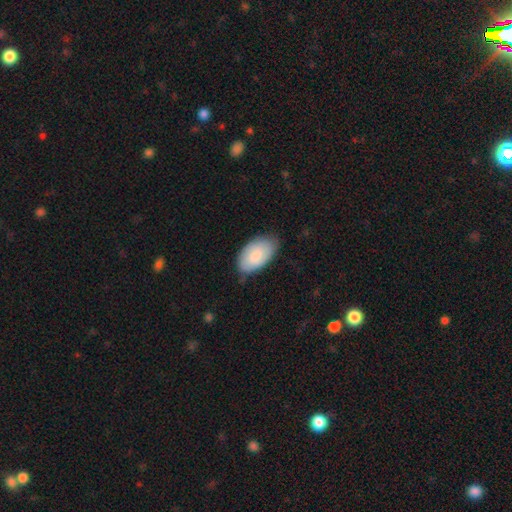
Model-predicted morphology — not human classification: smooth_or_featured: smooth (p=0.81) [alt: featured or disk p=0.13]
how_rounded: in between (p=0.95) [alt: round p=0.03]
merging: none (p=0.71) [alt: minor disturbance p=0.24]